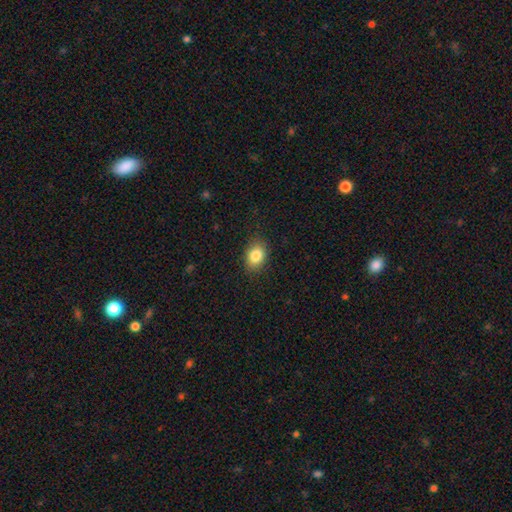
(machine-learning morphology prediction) Smooth or featured: smooth — 84% (star or artifact — 9%)
How rounded: in between — 73% (round — 26%)
Merging: none — 87% (minor disturbance — 10%)